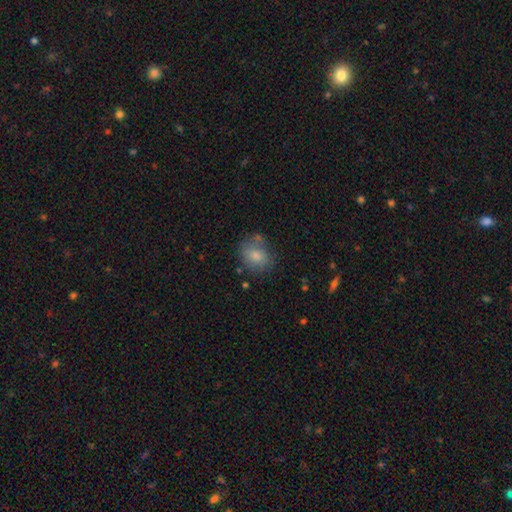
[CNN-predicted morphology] smooth_or_featured: smooth (p=0.79) [alt: featured or disk p=0.13]
how_rounded: round (p=0.53) [alt: in between p=0.46]
merging: none (p=0.64) [alt: minor disturbance p=0.22]